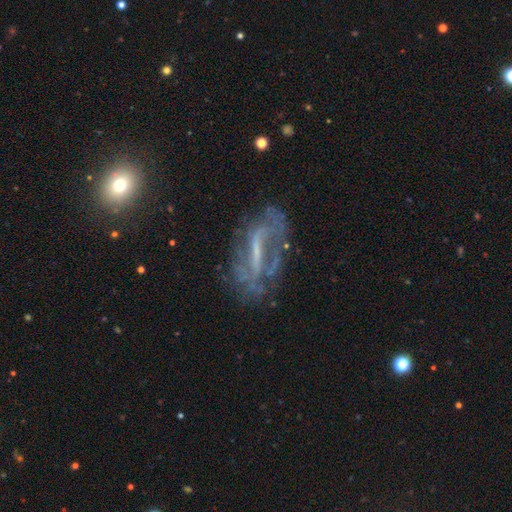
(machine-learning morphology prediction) Q: Smooth or featured?
A: featured or disk (72%); runner-up: smooth (15%)
Q: Edge-on disk?
A: no (84%); runner-up: yes (16%)
Q: Bar?
A: strong (52%); runner-up: weak (29%)
Q: Spiral arms?
A: yes (59%); runner-up: no (41%)
Q: Bulge size?
A: none (43%); runner-up: small (33%)
Q: Merging?
A: none (55%); runner-up: major disturbance (22%)